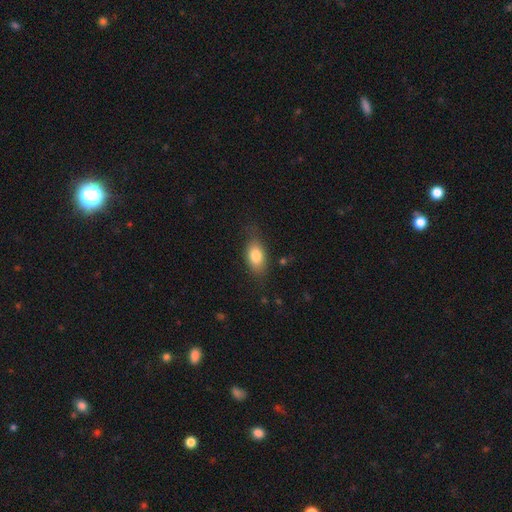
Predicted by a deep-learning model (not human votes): Overall: smooth (81%). How rounded: in between (88%). Merging: none (74%).